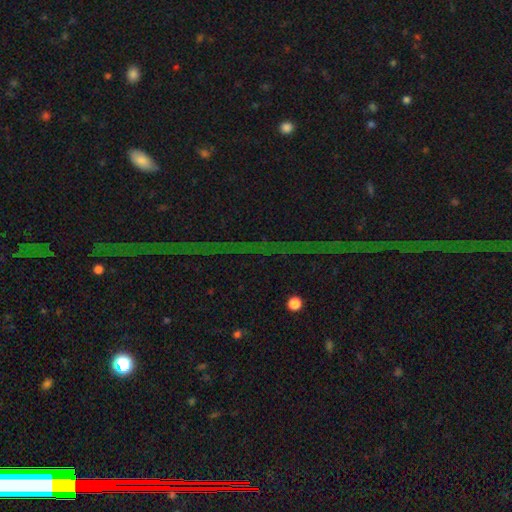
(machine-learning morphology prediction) Smooth or featured? Predicted: star or artifact (p=0.73).